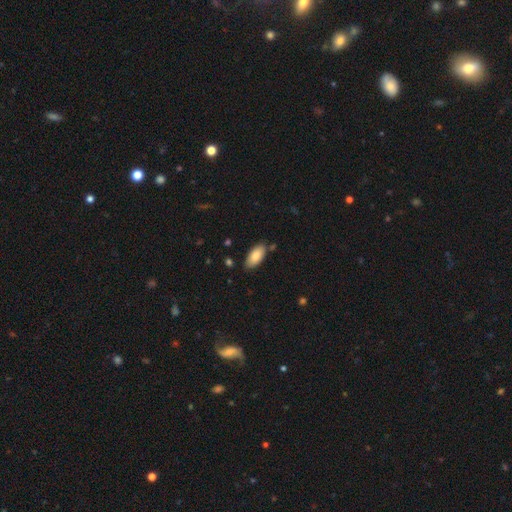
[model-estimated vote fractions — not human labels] Overall: smooth (86%). How rounded: in between (92%). Merging: none (81%).